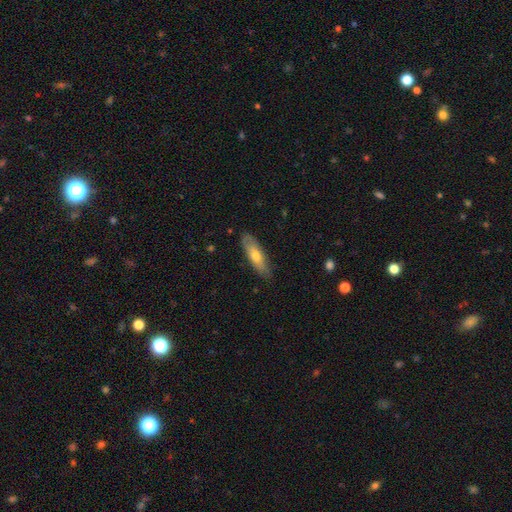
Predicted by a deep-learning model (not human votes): smooth 61%, featured or disk 33%, star or artifact 6%. Down the decision tree: how rounded — cigar-shaped (50%); merging — none (82%).